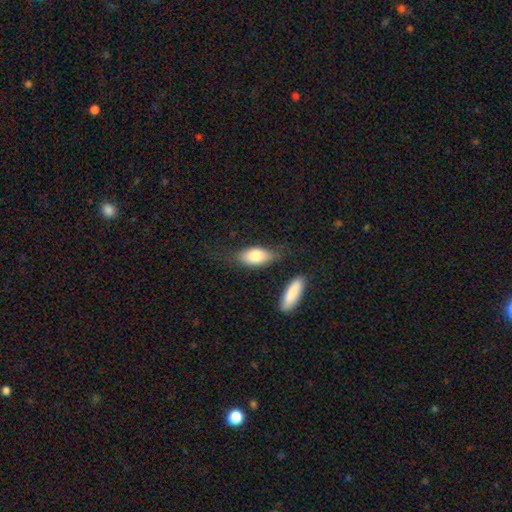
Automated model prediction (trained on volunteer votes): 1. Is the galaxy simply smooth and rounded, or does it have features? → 78% smooth, 15% featured or disk, 6% star or artifact.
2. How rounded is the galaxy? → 85% in between, 11% cigar-shaped, 4% round.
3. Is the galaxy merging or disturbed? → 64% none, 20% minor disturbance, 8% merger, 8% major disturbance.